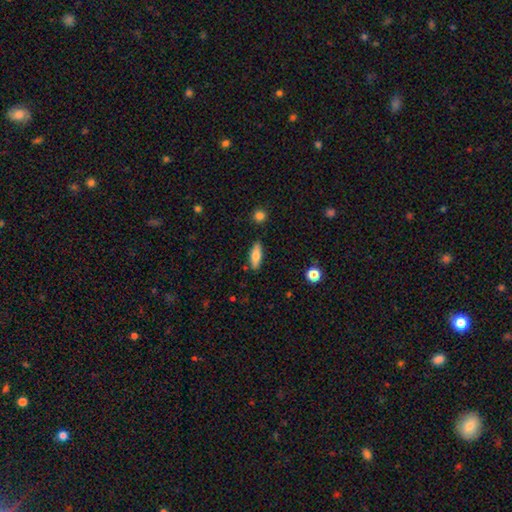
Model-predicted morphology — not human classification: Smooth or featured: smooth — 73% (featured or disk — 20%)
How rounded: in between — 61% (cigar-shaped — 36%)
Merging: none — 85% (minor disturbance — 11%)